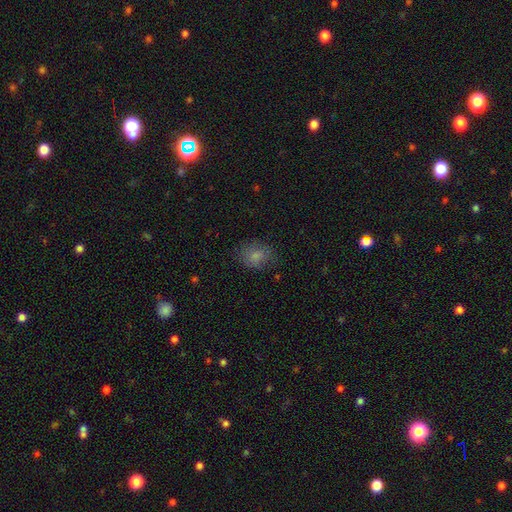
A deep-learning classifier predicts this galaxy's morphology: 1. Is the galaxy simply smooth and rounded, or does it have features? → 80% smooth, 10% featured or disk, 10% star or artifact.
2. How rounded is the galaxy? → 56% in between, 43% round, 1% cigar-shaped.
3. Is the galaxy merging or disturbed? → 72% none, 19% minor disturbance, 7% major disturbance, 1% merger.